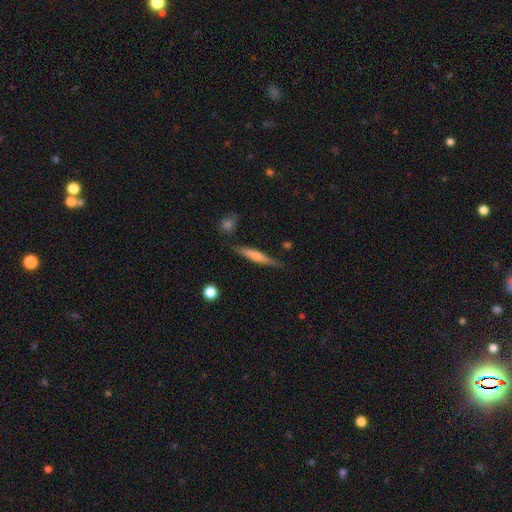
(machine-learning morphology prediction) The model was most divided on "smooth or featured": smooth: 55%, featured or disk: 39%, star or artifact: 6%. More confident: how rounded — cigar-shaped (91%); merging — none (81%).